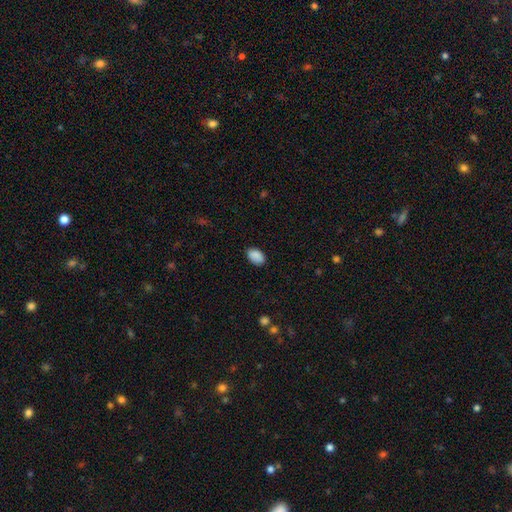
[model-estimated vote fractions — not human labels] Morphology: type=smooth (89%); roundness=in between (88%); merging=none (84%).